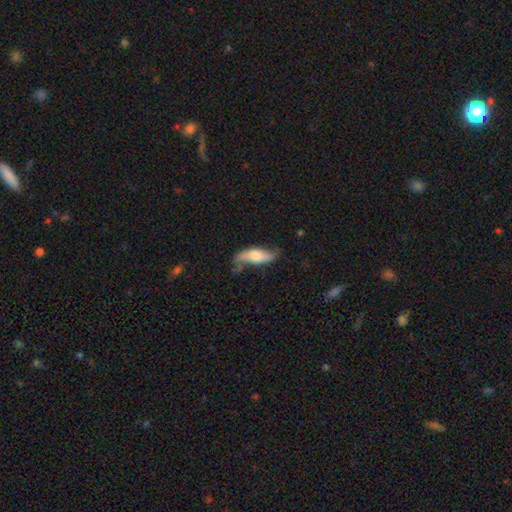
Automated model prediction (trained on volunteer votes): smooth_or_featured: featured or disk (p=0.54) [alt: smooth p=0.39]
disk_edge_on: no (p=0.72) [alt: yes p=0.28]
merging: none (p=0.52) [alt: minor disturbance p=0.29]